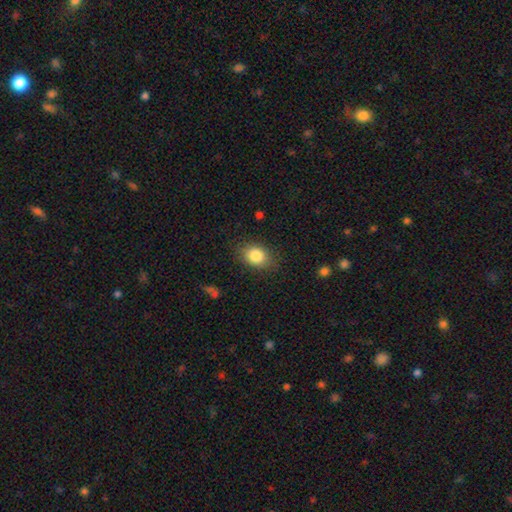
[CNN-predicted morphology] Smooth or featured?
  - smooth: 84% *
  - star or artifact: 9%
  - featured or disk: 8%
How rounded?
  - in between: 66% *
  - round: 33%
  - cigar-shaped: 1%
Merging?
  - none: 82% *
  - minor disturbance: 13%
  - major disturbance: 4%
  - merger: 1%